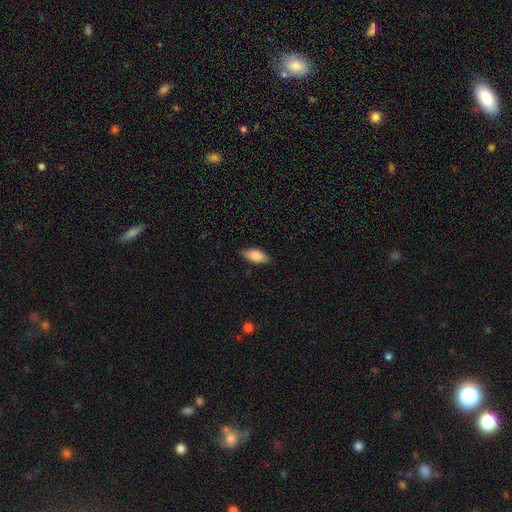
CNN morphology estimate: Q: Smooth or featured?
A: smooth (86%); runner-up: featured or disk (8%)
Q: How rounded?
A: in between (84%); runner-up: cigar-shaped (13%)
Q: Merging?
A: none (86%); runner-up: minor disturbance (11%)